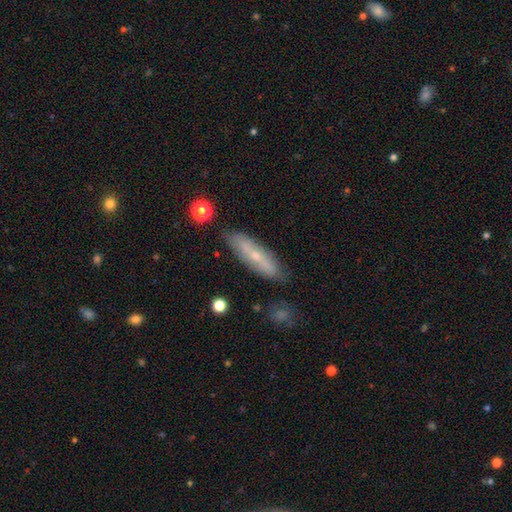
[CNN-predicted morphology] smooth_or_featured: featured or disk (p=0.54) [alt: smooth p=0.39]
disk_edge_on: no (p=0.50) [tied with: yes p=0.50]
merging: none (p=0.83) [alt: minor disturbance p=0.13]